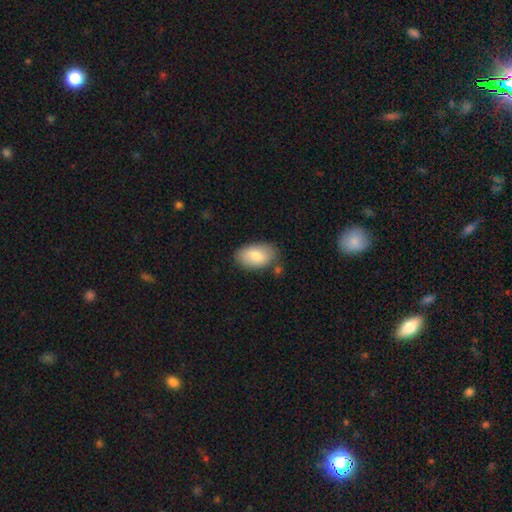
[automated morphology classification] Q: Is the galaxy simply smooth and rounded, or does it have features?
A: smooth — 80%.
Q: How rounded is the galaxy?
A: in between — 92%.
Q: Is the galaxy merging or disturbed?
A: none — 77%.